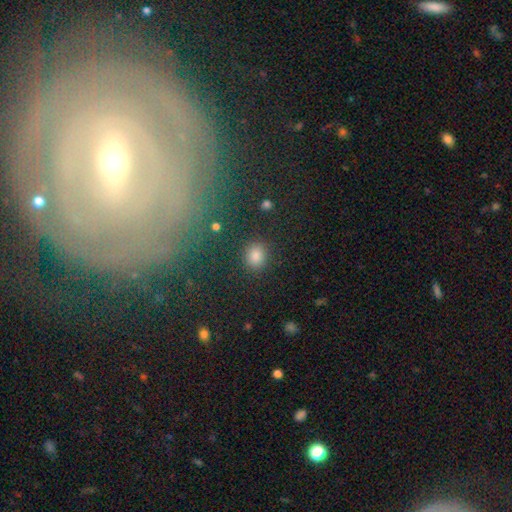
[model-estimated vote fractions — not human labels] smooth_or_featured: smooth (p=0.83) [alt: star or artifact p=0.12]
how_rounded: round (p=0.61) [alt: in between p=0.37]
merging: none (p=0.85) [alt: minor disturbance p=0.09]